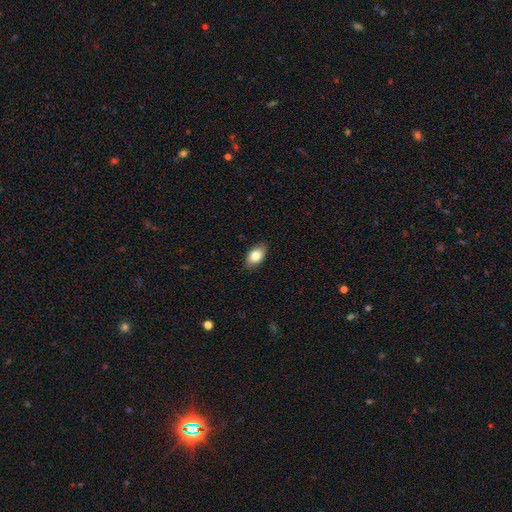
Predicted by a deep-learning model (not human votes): The model was most divided on "smooth or featured": smooth: 81%, featured or disk: 12%, star or artifact: 7%. More confident: how rounded — in between (90%); merging — none (87%).